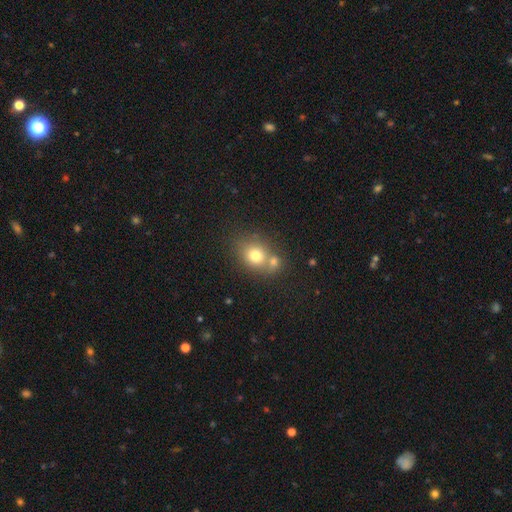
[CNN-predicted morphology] Q: Smooth or featured?
A: smooth (75%); runner-up: featured or disk (13%)
Q: How rounded?
A: round (64%); runner-up: in between (35%)
Q: Merging?
A: merger (44%); runner-up: none (43%)